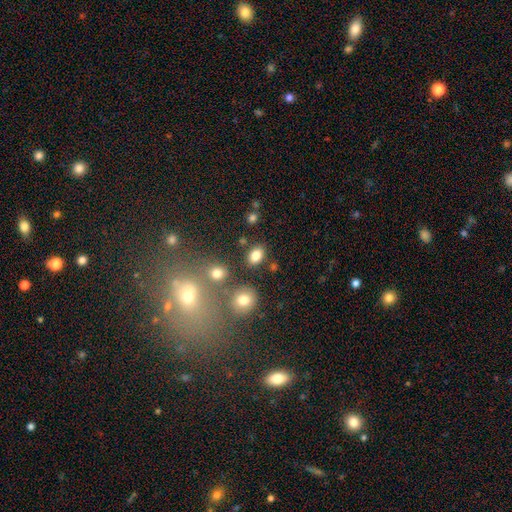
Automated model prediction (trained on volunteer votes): Smooth or featured? smooth (81%)
How rounded? in between (75%)
Merging? none (78%)